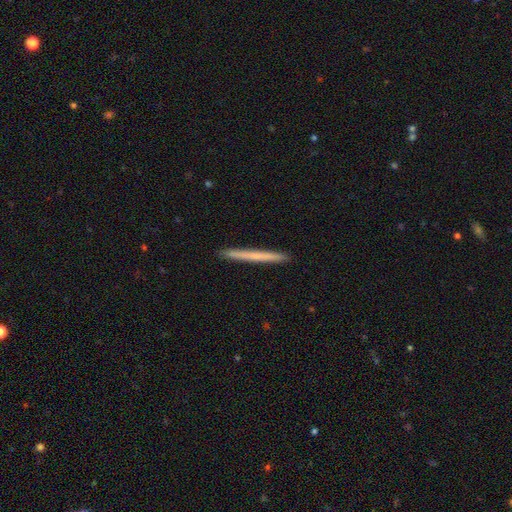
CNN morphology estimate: Smooth or featured? Predicted: smooth (p=0.60). How rounded? Predicted: cigar-shaped (p=0.97). Merging? Predicted: none (p=0.93).